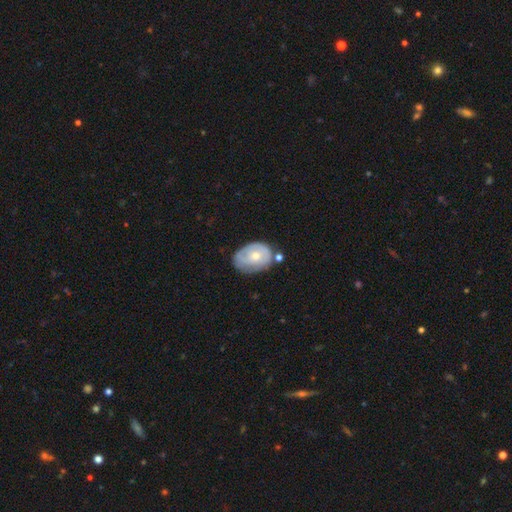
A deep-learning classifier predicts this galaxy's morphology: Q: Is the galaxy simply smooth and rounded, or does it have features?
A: featured or disk — 51%.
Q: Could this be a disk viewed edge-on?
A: no — 95%.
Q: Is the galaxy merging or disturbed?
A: none — 54%.